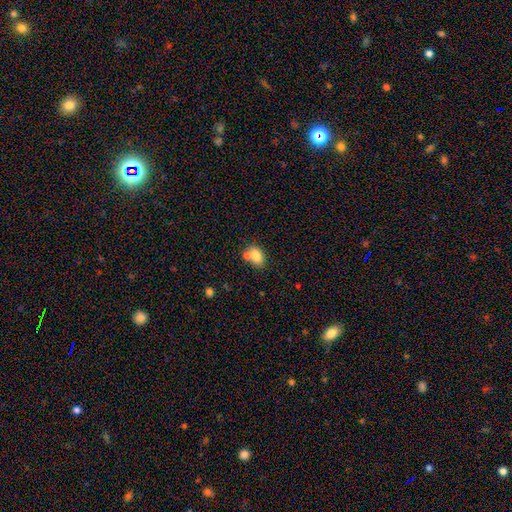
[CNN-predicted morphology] Smooth or featured? smooth (79%)
How rounded? in between (77%)
Merging? none (55%)